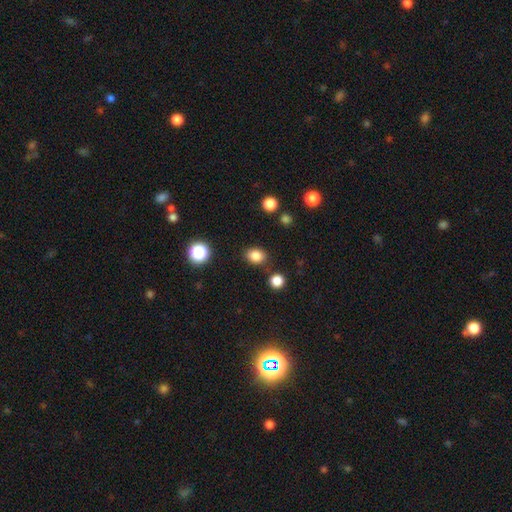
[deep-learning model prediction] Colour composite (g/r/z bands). It shows a smooth galaxy with no disk features (84%) that is in between round and cigar-shaped (52%). Merging: none (82%).